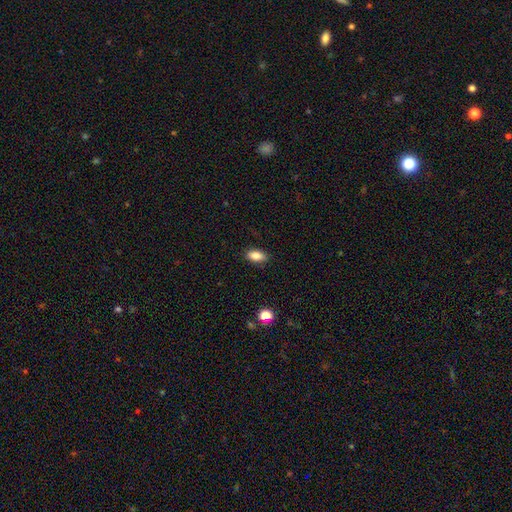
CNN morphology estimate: The model was most divided on "smooth or featured": smooth: 85%, star or artifact: 8%, featured or disk: 7%. More confident: how rounded — in between (87%); merging — none (87%).